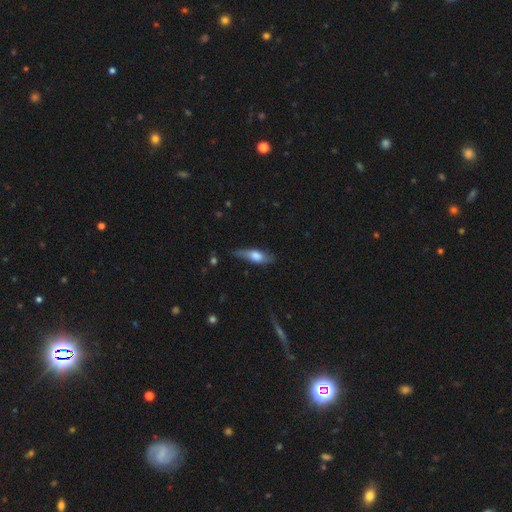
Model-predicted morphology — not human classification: smooth-or-featured: smooth: 60% | featured or disk: 34% | star or artifact: 6%
  how-rounded: cigar-shaped: 50% | in between: 47% | round: 3%
  merging: none: 69% | minor disturbance: 24% | major disturbance: 5% | merger: 2%